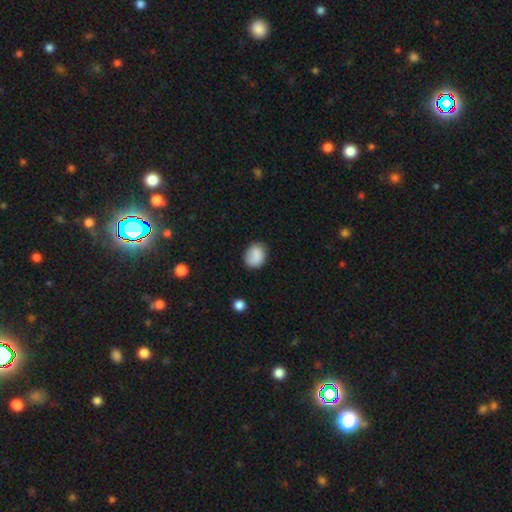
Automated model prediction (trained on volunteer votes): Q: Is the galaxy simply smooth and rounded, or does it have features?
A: smooth — 85%.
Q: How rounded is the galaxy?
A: in between — 51%.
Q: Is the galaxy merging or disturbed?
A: none — 74%.